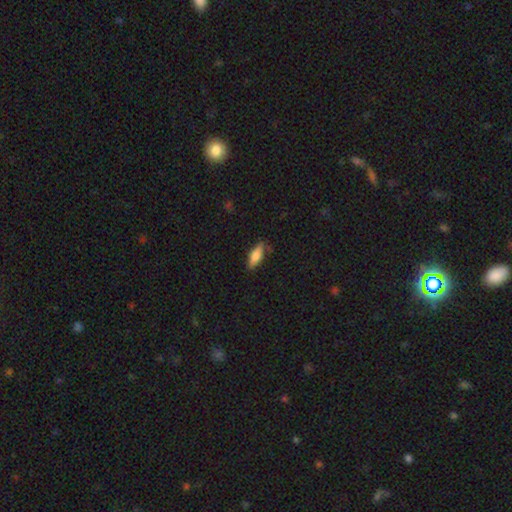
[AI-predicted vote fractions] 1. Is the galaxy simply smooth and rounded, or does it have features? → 71% smooth, 23% featured or disk, 7% star or artifact.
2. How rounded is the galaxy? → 58% in between, 40% cigar-shaped, 2% round.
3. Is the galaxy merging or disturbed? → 77% none, 18% minor disturbance, 4% major disturbance, 2% merger.